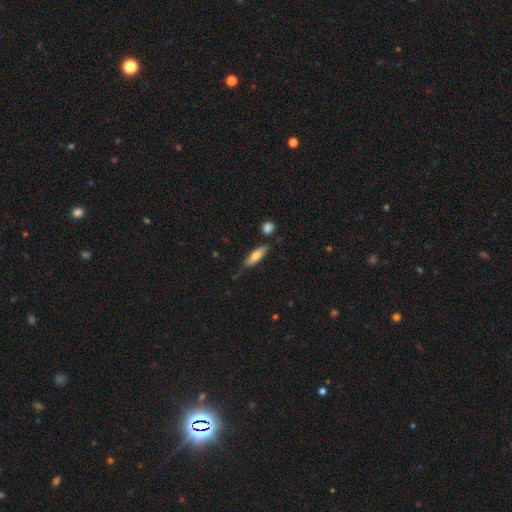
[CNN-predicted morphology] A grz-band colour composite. It shows a smooth galaxy with no disk features (67%) that is cigar-shaped (56%). Merging: none (73%).